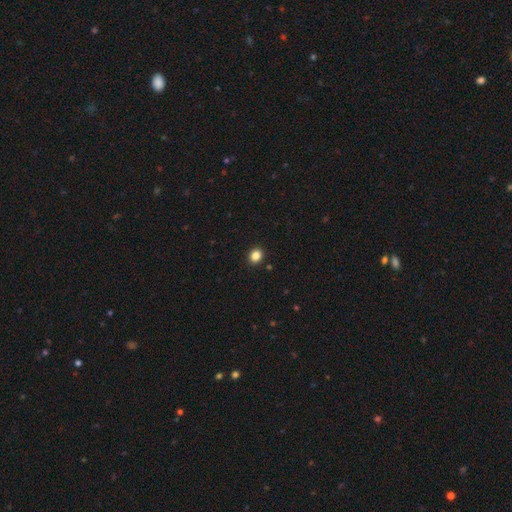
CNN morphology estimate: A smooth galaxy with no disk features (85%) that is round (68%). Merging: none (91%).